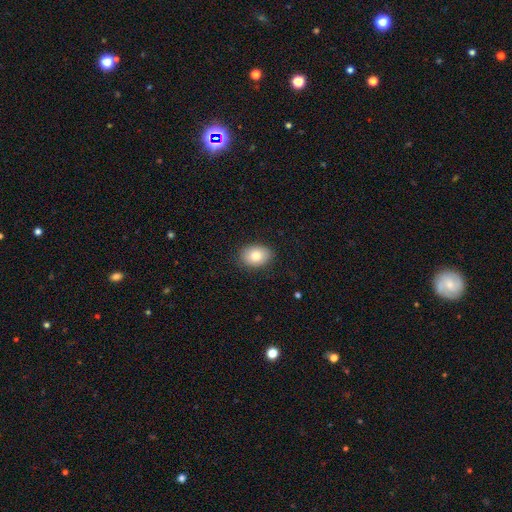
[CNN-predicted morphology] This appears to be a smooth galaxy with no disk features (83%) that is in between round and cigar-shaped (71%). Merging: none (86%).